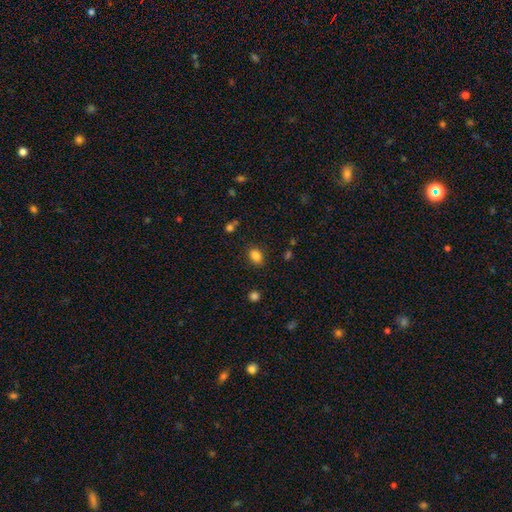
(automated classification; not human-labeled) smooth 85%, star or artifact 11%, featured or disk 5%. Down the decision tree: how rounded — in between (72%); merging — none (84%).